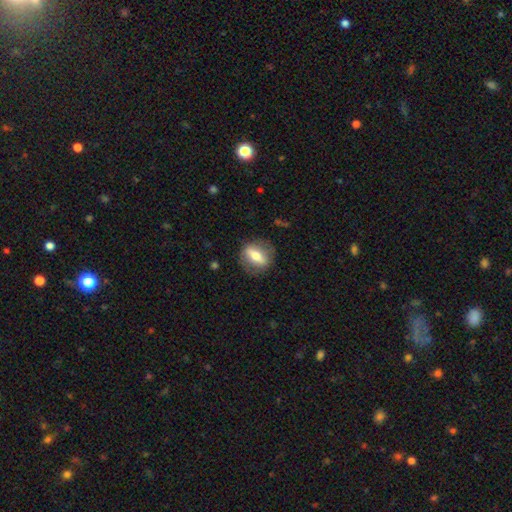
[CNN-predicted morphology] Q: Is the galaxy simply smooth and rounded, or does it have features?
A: smooth — 48%.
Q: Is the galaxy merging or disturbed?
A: none — 82%.